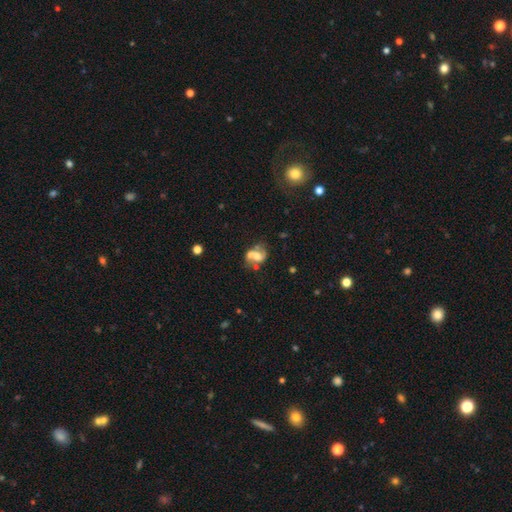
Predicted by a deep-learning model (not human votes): Q: Smooth or featured?
A: featured or disk (49%); runner-up: smooth (41%)
Q: Merging?
A: merger (46%); runner-up: none (32%)